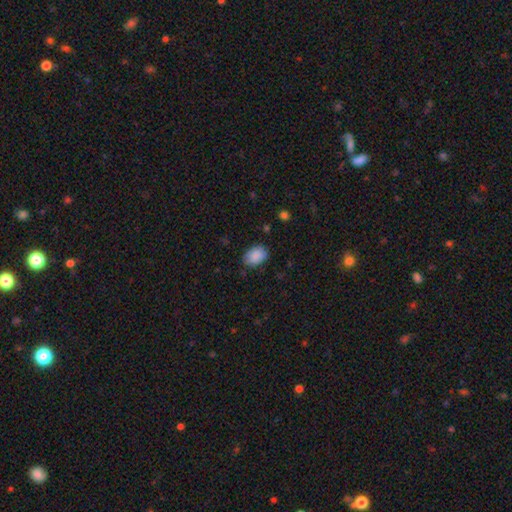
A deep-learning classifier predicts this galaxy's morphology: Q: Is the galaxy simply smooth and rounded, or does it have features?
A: smooth — 89%.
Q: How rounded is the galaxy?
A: in between — 79%.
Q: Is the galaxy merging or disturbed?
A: none — 80%.